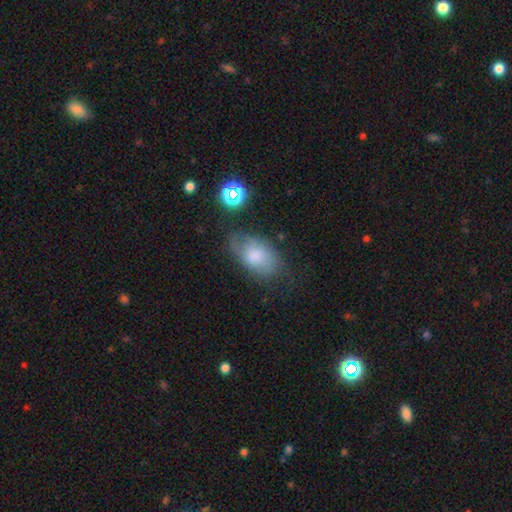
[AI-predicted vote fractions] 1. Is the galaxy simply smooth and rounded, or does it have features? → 69% smooth, 22% featured or disk, 9% star or artifact.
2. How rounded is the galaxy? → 91% in between, 8% round, 2% cigar-shaped.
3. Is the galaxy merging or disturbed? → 53% none, 29% minor disturbance, 15% major disturbance, 4% merger.